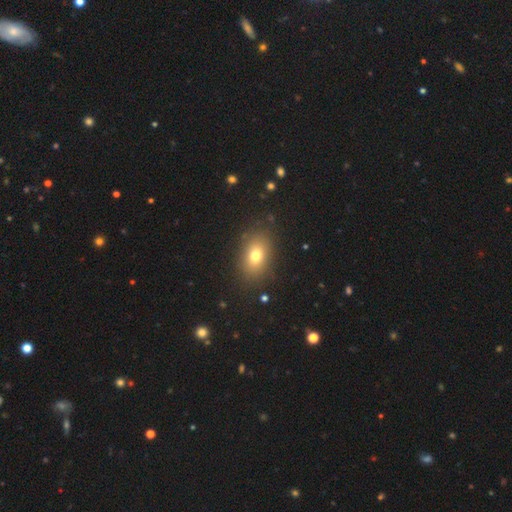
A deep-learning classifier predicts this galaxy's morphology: smooth_or_featured: smooth (p=0.75) [alt: featured or disk p=0.13]
how_rounded: in between (p=0.80) [alt: round p=0.19]
merging: none (p=0.85) [alt: minor disturbance p=0.10]